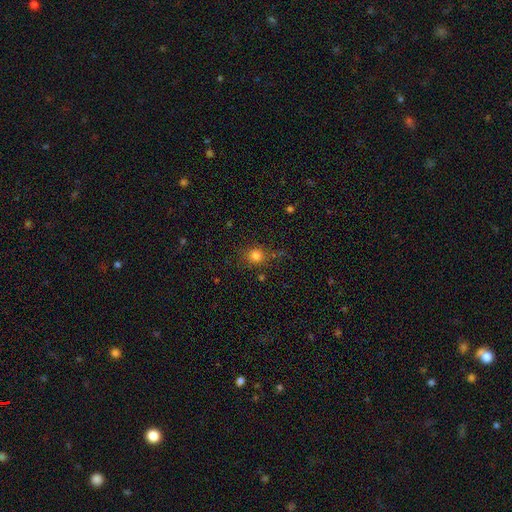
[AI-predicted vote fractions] smooth 79%, star or artifact 15%, featured or disk 6%. Down the decision tree: how rounded — round (85%); merging — none (80%).